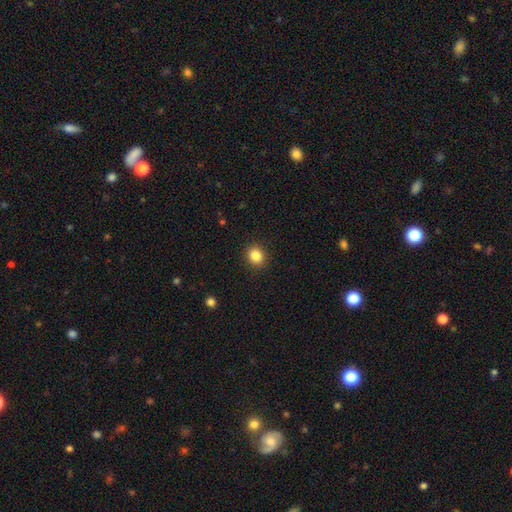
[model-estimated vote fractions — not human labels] Smooth or featured? smooth (85%)
How rounded? round (77%)
Merging? none (91%)